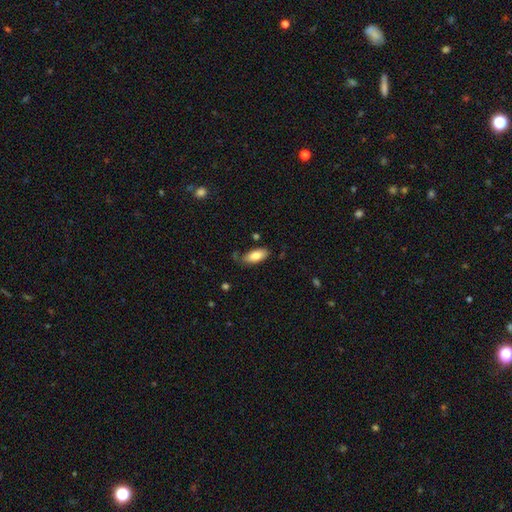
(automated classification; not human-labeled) smooth 80%, featured or disk 14%, star or artifact 7%. Down the decision tree: how rounded — in between (88%); merging — none (70%).